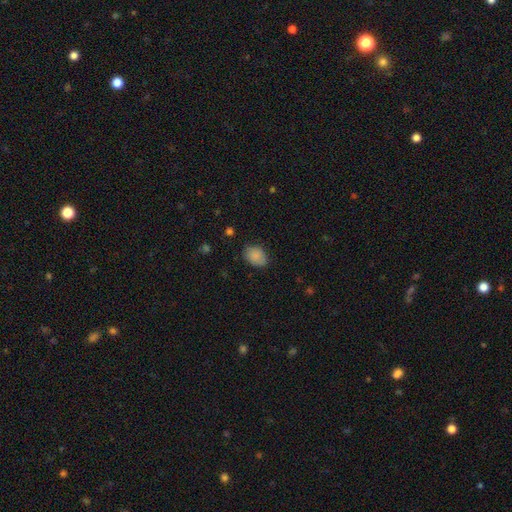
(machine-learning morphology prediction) type=smooth (87%); roundness=in between (74%); merging=none (78%).